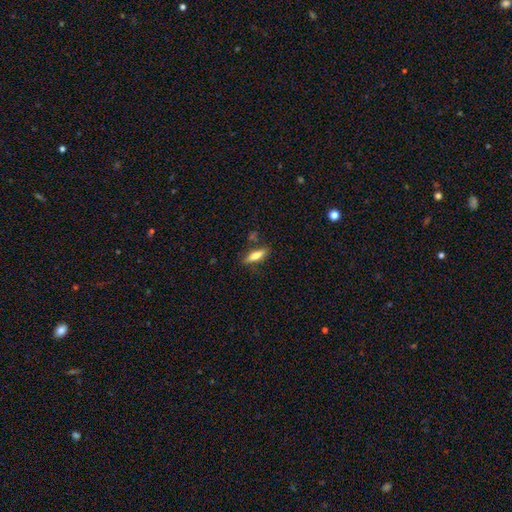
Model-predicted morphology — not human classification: Smooth or featured? smooth (67%)
How rounded? cigar-shaped (59%)
Merging? none (79%)